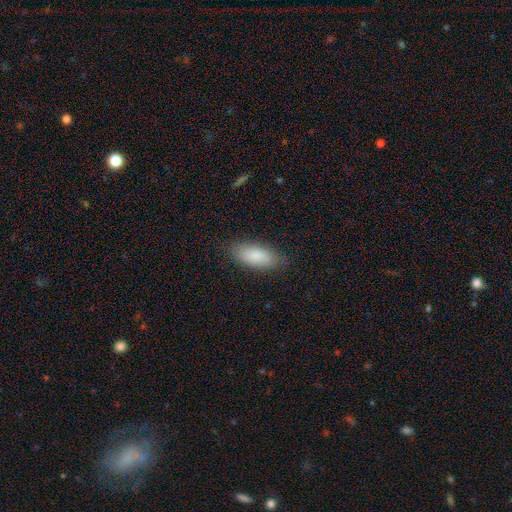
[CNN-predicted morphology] Smooth or featured?
  - smooth: 87% *
  - featured or disk: 7%
  - star or artifact: 6%
How rounded?
  - in between: 84% *
  - cigar-shaped: 14%
  - round: 2%
Merging?
  - none: 85% *
  - minor disturbance: 11%
  - major disturbance: 3%
  - merger: 1%